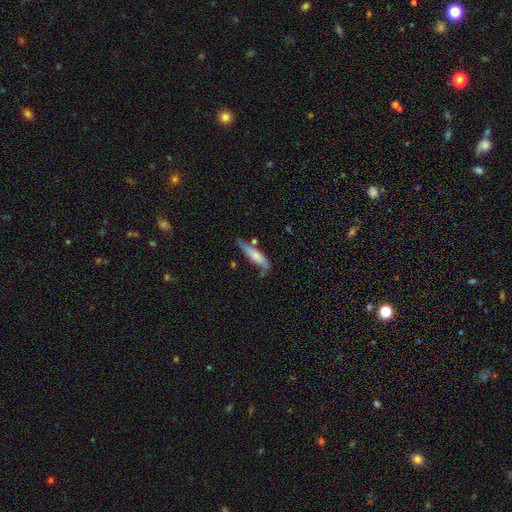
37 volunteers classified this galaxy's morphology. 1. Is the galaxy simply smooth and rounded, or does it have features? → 62% smooth, 35% featured or disk, 3% star or artifact.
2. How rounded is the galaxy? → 100% cigar-shaped, 0% round, 0% in between.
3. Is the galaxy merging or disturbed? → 47% minor disturbance, 39% none, 8% major disturbance, 6% merger.